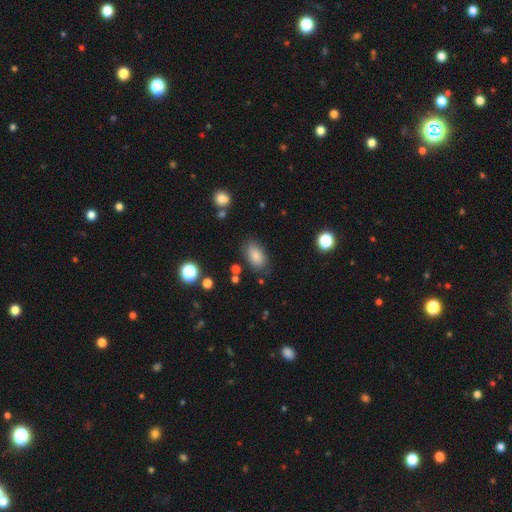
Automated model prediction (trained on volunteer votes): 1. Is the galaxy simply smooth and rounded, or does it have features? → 82% smooth, 9% star or artifact, 9% featured or disk.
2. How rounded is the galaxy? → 91% in between, 7% round, 2% cigar-shaped.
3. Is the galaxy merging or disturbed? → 79% none, 14% minor disturbance, 4% major disturbance, 3% merger.